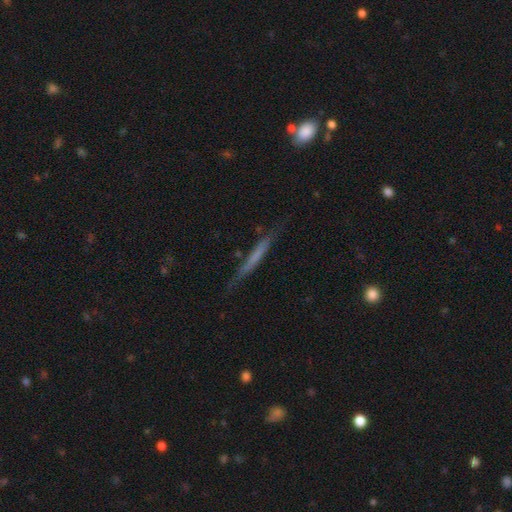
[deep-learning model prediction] Morphology: type=smooth (48%); merging=none (75%).